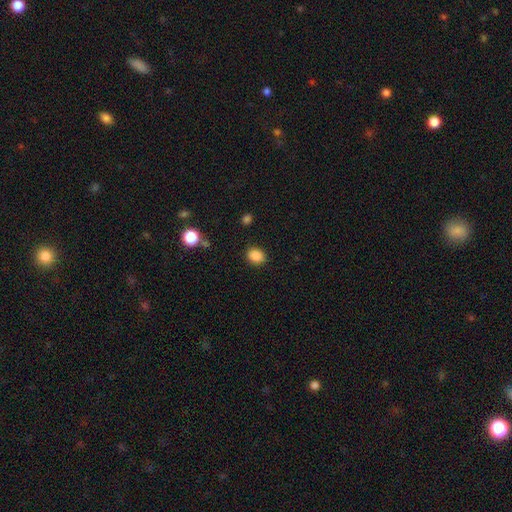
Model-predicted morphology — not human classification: Q: Smooth or featured?
A: smooth (86%); runner-up: star or artifact (10%)
Q: How rounded?
A: in between (51%); runner-up: round (48%)
Q: Merging?
A: none (87%); runner-up: minor disturbance (9%)